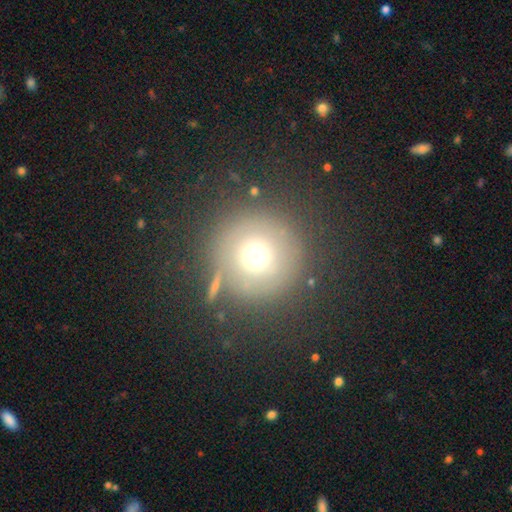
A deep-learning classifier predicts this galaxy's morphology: smooth-or-featured: smooth: 68% | star or artifact: 19% | featured or disk: 14%
  how-rounded: round: 96% | in between: 3% | cigar-shaped: 1%
  merging: none: 82% | minor disturbance: 8% | merger: 5% | major disturbance: 5%